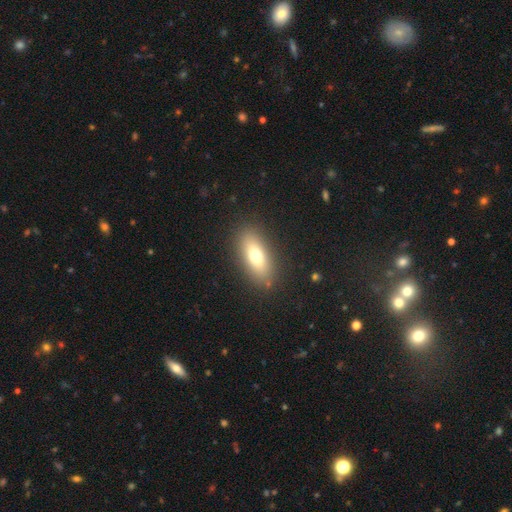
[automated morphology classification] Smooth or featured: smooth — 70% (featured or disk — 21%)
How rounded: in between — 76% (cigar-shaped — 20%)
Merging: none — 87% (minor disturbance — 9%)